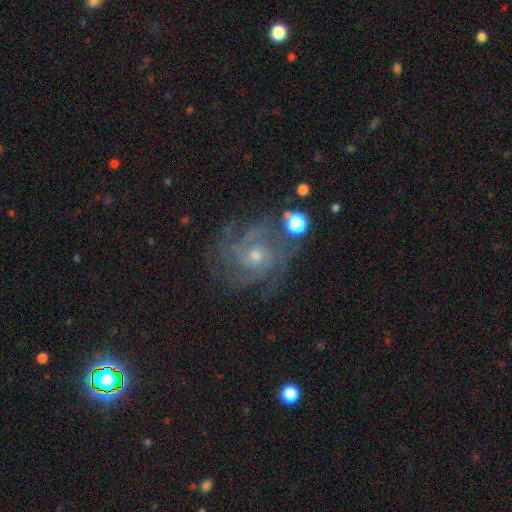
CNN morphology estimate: Smooth or featured? Predicted: featured or disk (p=0.83). Edge-on disk? Predicted: no (p=0.98). Bar? Predicted: no (p=0.73). Spiral arms? Predicted: yes (p=0.95). Spiral winding? Predicted: tight (p=0.56). Spiral arm count? Predicted: 3 (p=0.29). Bulge size? Predicted: small (p=0.50). Merging? Predicted: none (p=0.69).